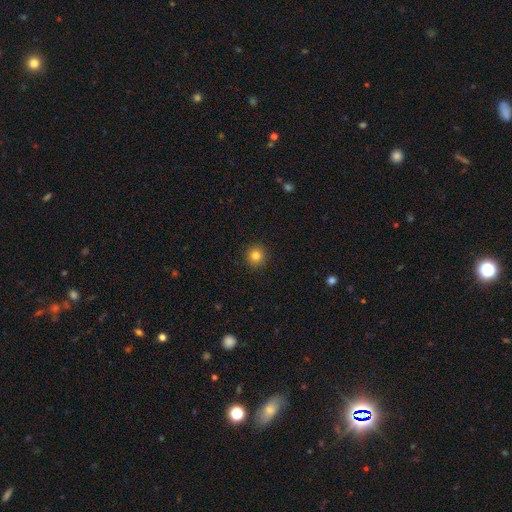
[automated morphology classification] Smooth or featured? Predicted: smooth (p=0.82). How rounded? Predicted: round (p=0.95). Merging? Predicted: none (p=0.93).